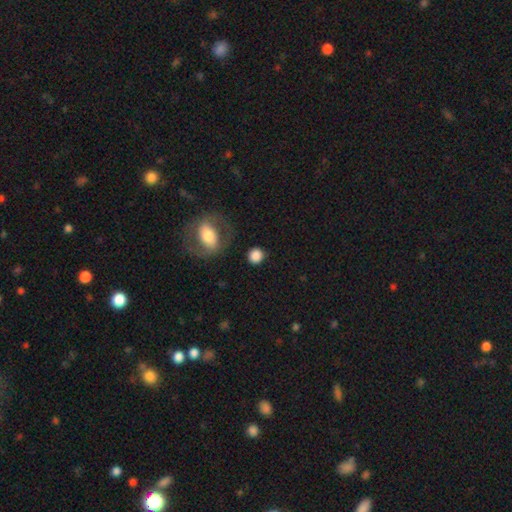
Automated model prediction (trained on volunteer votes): Smooth or featured? Predicted: smooth (p=0.84). How rounded? Predicted: round (p=0.85). Merging? Predicted: none (p=0.83).